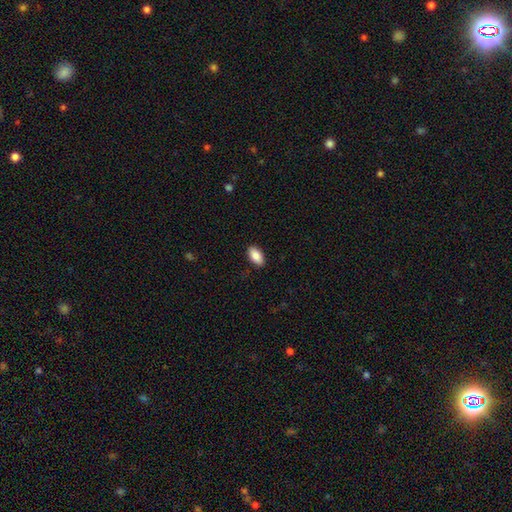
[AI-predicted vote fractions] Smooth or featured?
  - smooth: 87% *
  - star or artifact: 7%
  - featured or disk: 6%
How rounded?
  - in between: 93% *
  - cigar-shaped: 4%
  - round: 3%
Merging?
  - none: 89% *
  - minor disturbance: 8%
  - major disturbance: 2%
  - merger: 1%